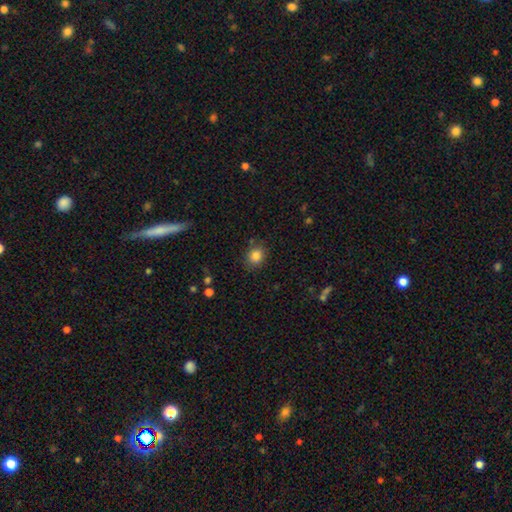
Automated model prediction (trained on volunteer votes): A smooth galaxy with no disk features (84%) that is round (67%).

Vote fractions:
- Smooth or featured? smooth: 84% / star or artifact: 10% / featured or disk: 5%
- How rounded? round: 67% / in between: 32% / cigar-shaped: 1%
- Merging? none: 83% / minor disturbance: 11% / major disturbance: 3% / merger: 2%